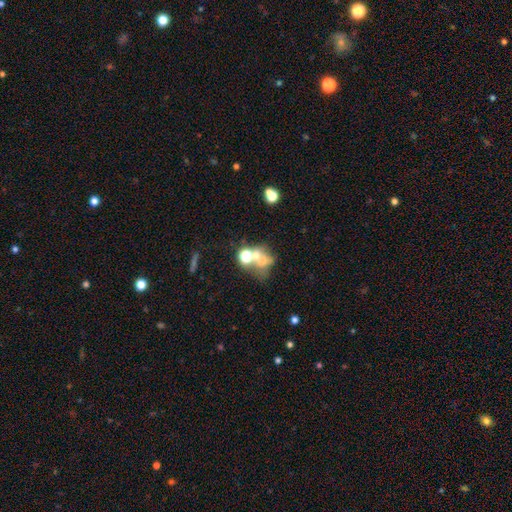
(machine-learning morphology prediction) smooth-or-featured: smooth: 48% | featured or disk: 27% | star or artifact: 25%
  merging: merger: 48% | none: 27% | major disturbance: 14% | minor disturbance: 10%